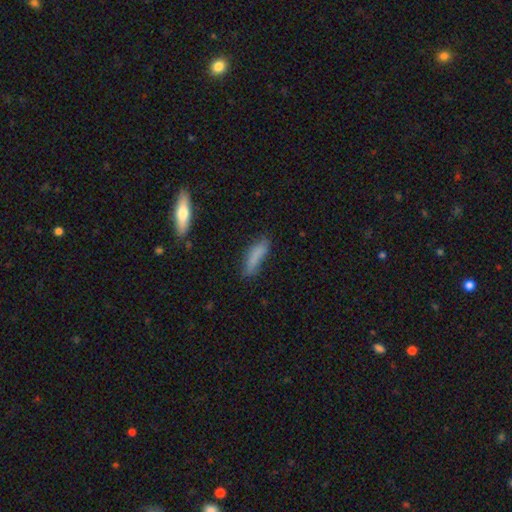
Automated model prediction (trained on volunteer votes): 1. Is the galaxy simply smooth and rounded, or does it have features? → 80% smooth, 13% featured or disk, 8% star or artifact.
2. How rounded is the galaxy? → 68% cigar-shaped, 30% in between, 2% round.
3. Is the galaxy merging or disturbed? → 65% none, 26% minor disturbance, 6% major disturbance, 3% merger.